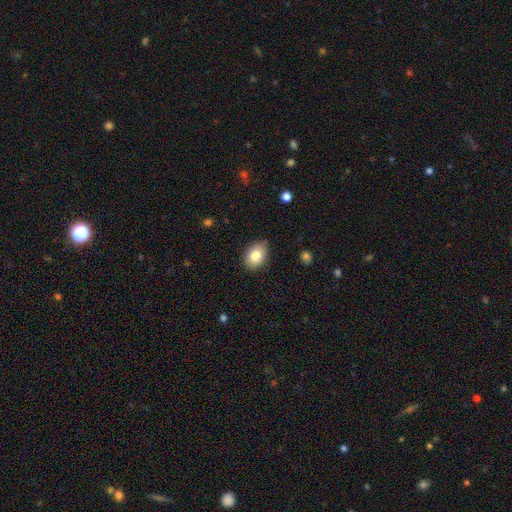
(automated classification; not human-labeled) Overall: smooth (81%). How rounded: in between (73%). Merging: none (79%).